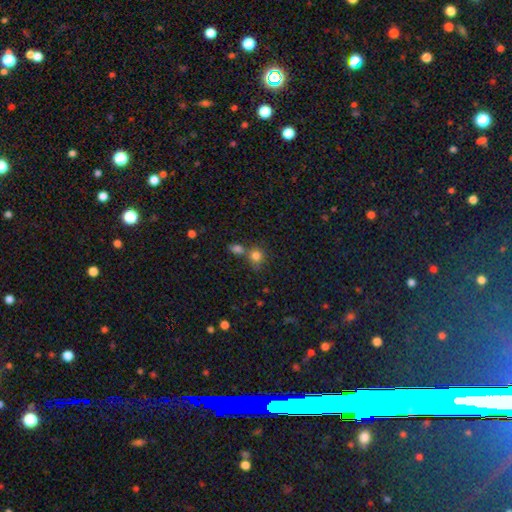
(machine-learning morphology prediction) smooth_or_featured: smooth (p=0.80) [alt: star or artifact p=0.12]
how_rounded: round (p=0.72) [alt: in between p=0.26]
merging: none (p=0.47) [alt: merger p=0.37]